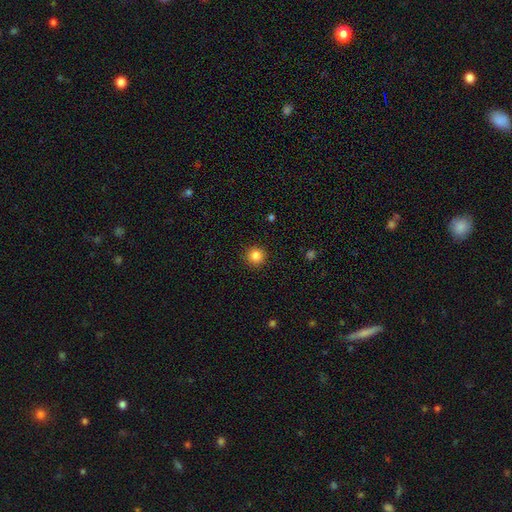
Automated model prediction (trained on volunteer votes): Smooth or featured: smooth — 85% (star or artifact — 11%)
How rounded: round — 95% (in between — 4%)
Merging: none — 91% (minor disturbance — 6%)